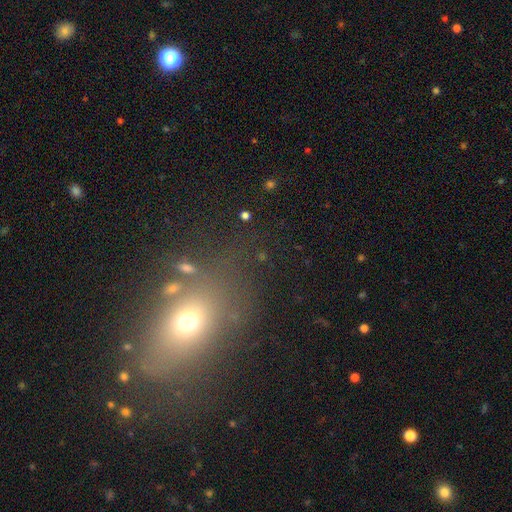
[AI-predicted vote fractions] smooth 56%, star or artifact 28%, featured or disk 16%. Down the decision tree: how rounded — in between (62%); merging — none (72%).